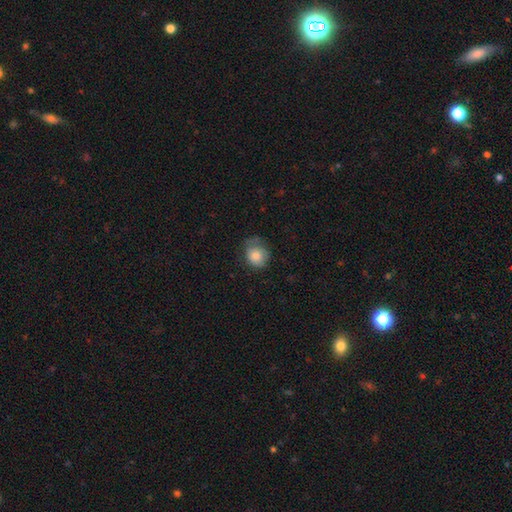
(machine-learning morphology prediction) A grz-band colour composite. It shows a smooth galaxy with no disk features (80%) that is round (71%). Merging: none (46%).